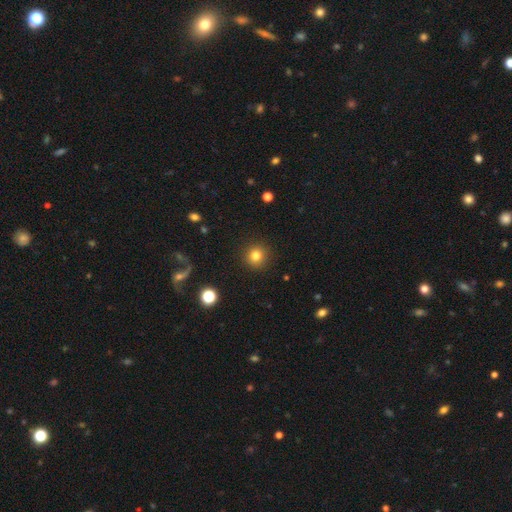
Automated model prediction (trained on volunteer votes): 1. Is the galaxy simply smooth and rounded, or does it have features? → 81% smooth, 13% star or artifact, 6% featured or disk.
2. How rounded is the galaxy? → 93% round, 6% in between, 1% cigar-shaped.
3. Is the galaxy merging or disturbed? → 91% none, 5% minor disturbance, 2% major disturbance, 1% merger.